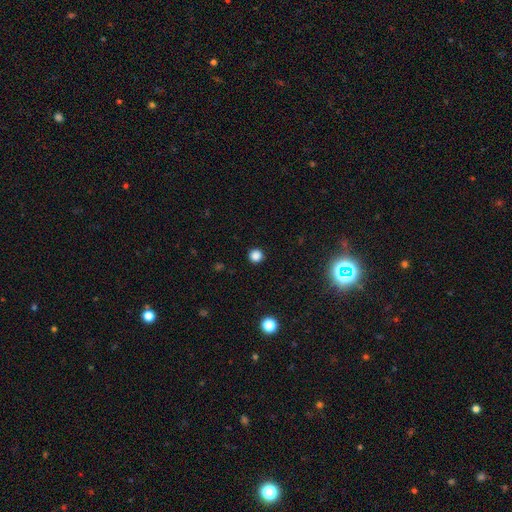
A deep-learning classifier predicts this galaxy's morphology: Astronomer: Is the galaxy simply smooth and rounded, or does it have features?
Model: smooth — 84%.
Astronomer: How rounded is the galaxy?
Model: round — 95%.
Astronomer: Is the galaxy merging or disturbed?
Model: none — 92%.